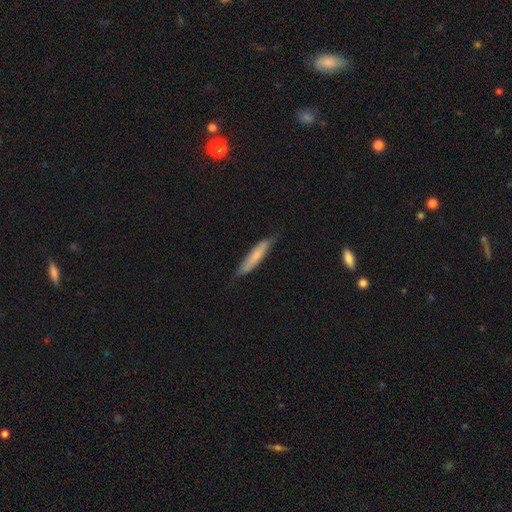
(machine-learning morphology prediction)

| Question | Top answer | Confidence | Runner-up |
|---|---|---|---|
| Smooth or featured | smooth | 71% | featured or disk (24%) |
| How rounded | cigar-shaped | 87% | in between (11%) |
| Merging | none | 75% | minor disturbance (20%) |